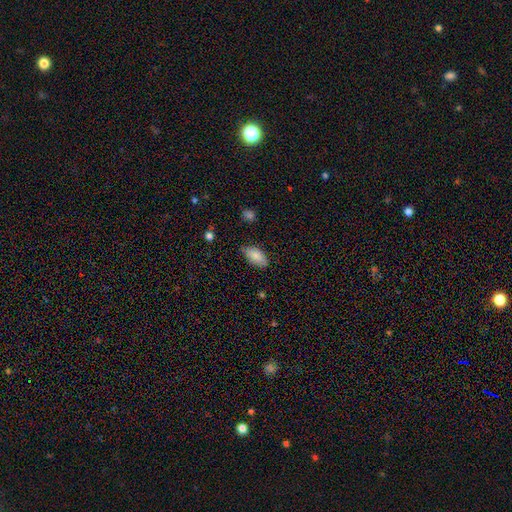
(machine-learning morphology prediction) smooth-or-featured: smooth: 83% | featured or disk: 10% | star or artifact: 7%
  how-rounded: in between: 93% | cigar-shaped: 4% | round: 3%
  merging: none: 70% | minor disturbance: 25% | major disturbance: 4% | merger: 1%